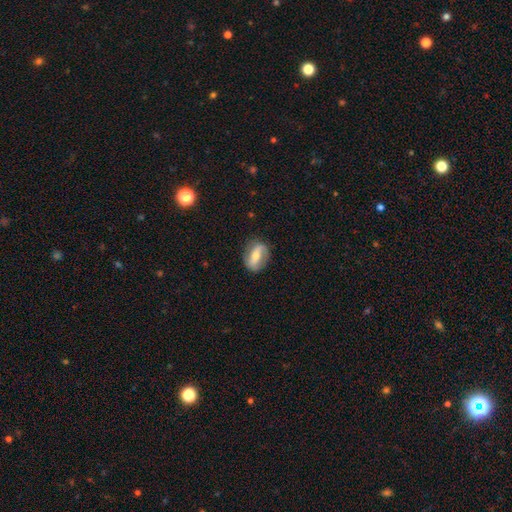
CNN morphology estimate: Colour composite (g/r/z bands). It shows a featured or disk galaxy (61%) with a strong bar (47%), spiral arms (72%) and a moderate central bulge (58%). Merging: none (78%).